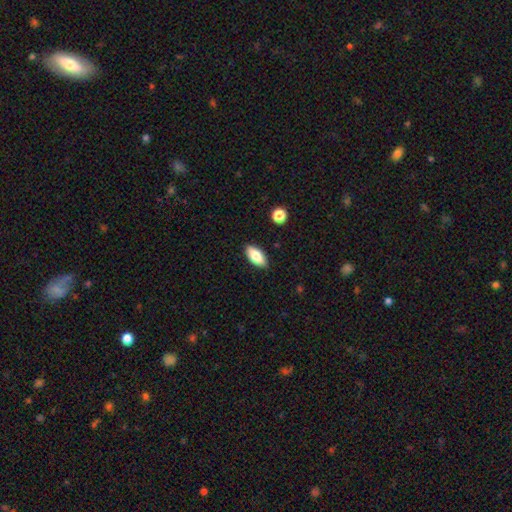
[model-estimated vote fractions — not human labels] smooth_or_featured: smooth (p=0.81) [alt: featured or disk p=0.12]
how_rounded: in between (p=0.89) [alt: cigar-shaped p=0.08]
merging: none (p=0.88) [alt: minor disturbance p=0.09]